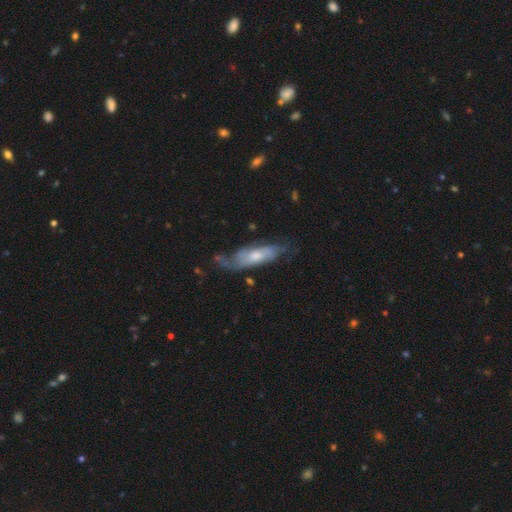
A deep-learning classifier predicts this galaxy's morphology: This is likely a featured or disk galaxy (61%). It is likely not viewed edge-on (76%). Merging: possibly none (53%).